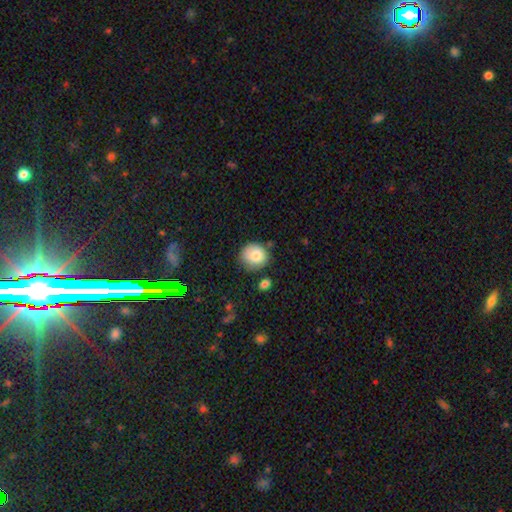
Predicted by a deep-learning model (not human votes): Morphology: type=smooth (81%); roundness=round (83%); merging=none (71%).